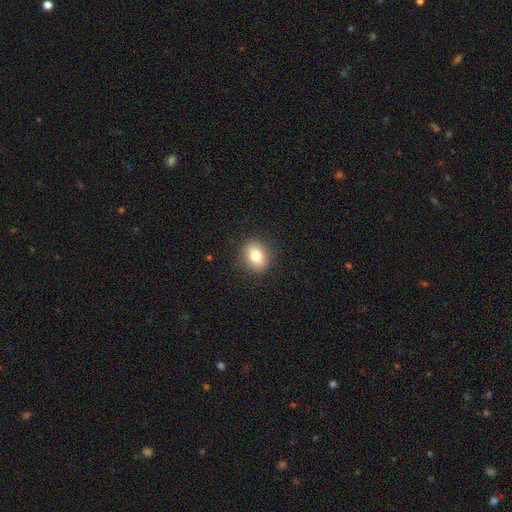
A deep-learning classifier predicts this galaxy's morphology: smooth-or-featured: smooth: 80% | featured or disk: 10% | star or artifact: 10%
  how-rounded: round: 52% | in between: 47% | cigar-shaped: 1%
  merging: none: 89% | minor disturbance: 8% | major disturbance: 2% | merger: 1%